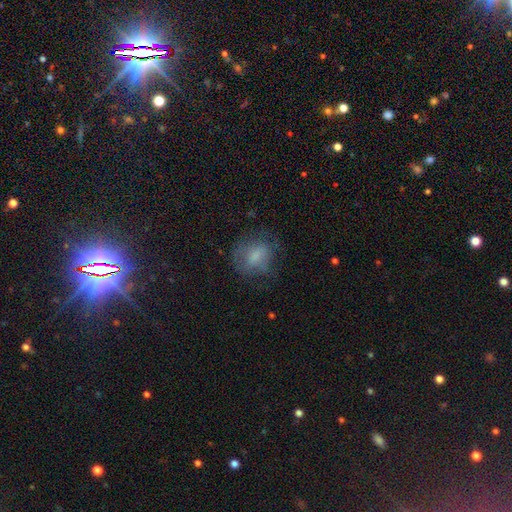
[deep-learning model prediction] smooth 68%, featured or disk 22%, star or artifact 10%. Down the decision tree: how rounded — round (59%); merging — none (61%).